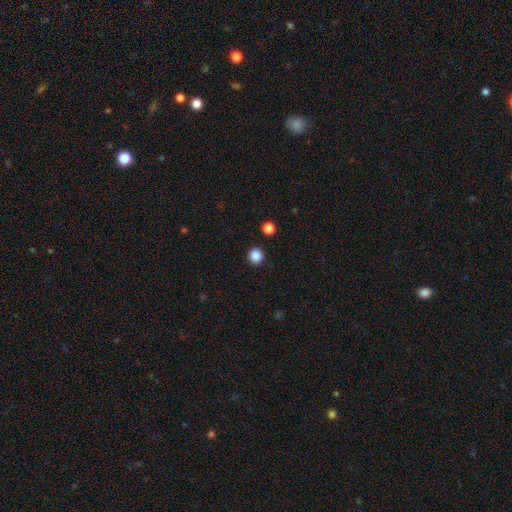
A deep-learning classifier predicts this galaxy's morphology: Smooth or featured?
  - smooth: 87% *
  - star or artifact: 11%
  - featured or disk: 3%
How rounded?
  - round: 93% *
  - in between: 6%
  - cigar-shaped: 1%
Merging?
  - none: 92% *
  - minor disturbance: 4%
  - merger: 2%
  - major disturbance: 2%